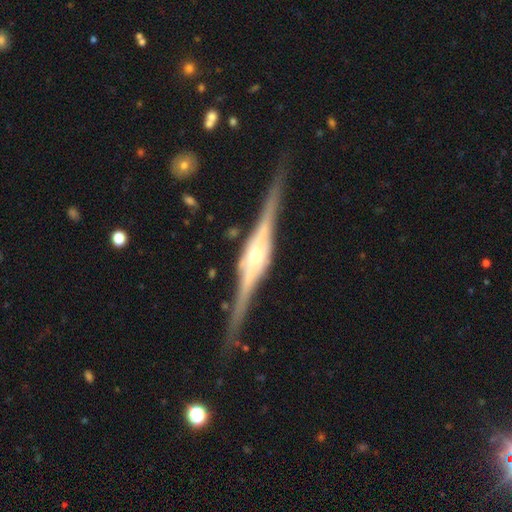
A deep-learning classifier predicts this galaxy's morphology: This is clearly a featured or disk galaxy (90%). It is clearly viewed edge-on (98%). Edge-on bulge: possibly rounded (57%). Merging: clearly none (85%).